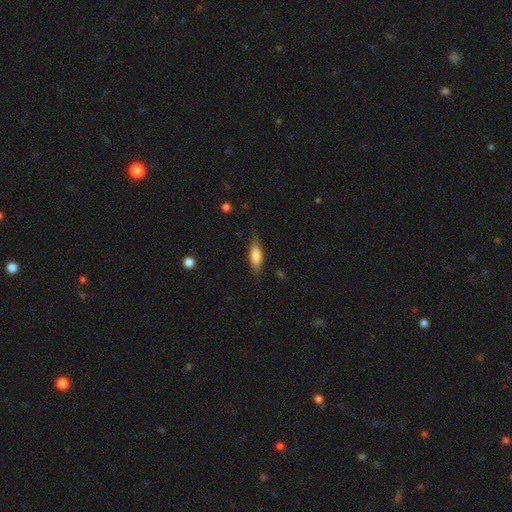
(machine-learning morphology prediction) type=smooth (71%); roundness=in between (56%); merging=none (81%).